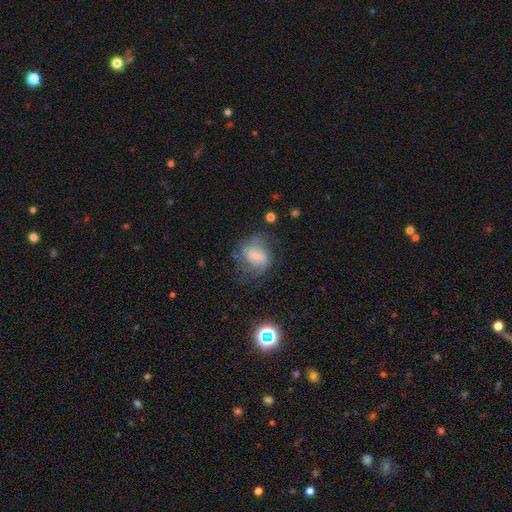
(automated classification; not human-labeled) Smooth or featured? Predicted: featured or disk (p=0.59). Edge-on disk? Predicted: no (p=0.97). Bar? Predicted: no (p=0.48). Spiral arms? Predicted: yes (p=0.80). Bulge size? Predicted: small (p=0.62). Merging? Predicted: none (p=0.52).